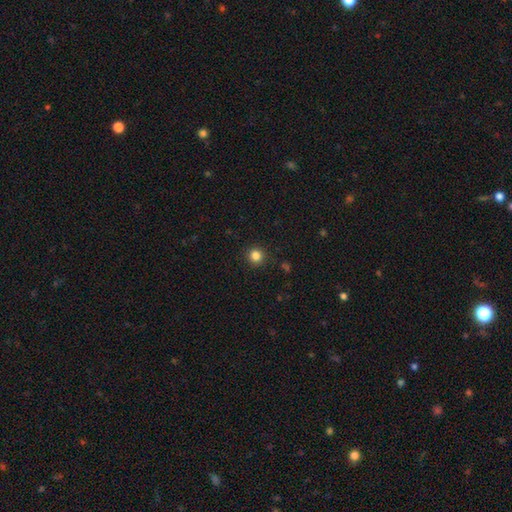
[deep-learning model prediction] smooth-or-featured: smooth: 83% | star or artifact: 12% | featured or disk: 4%
  how-rounded: round: 95% | in between: 5% | cigar-shaped: 1%
  merging: none: 92% | minor disturbance: 5% | major disturbance: 2% | merger: 1%